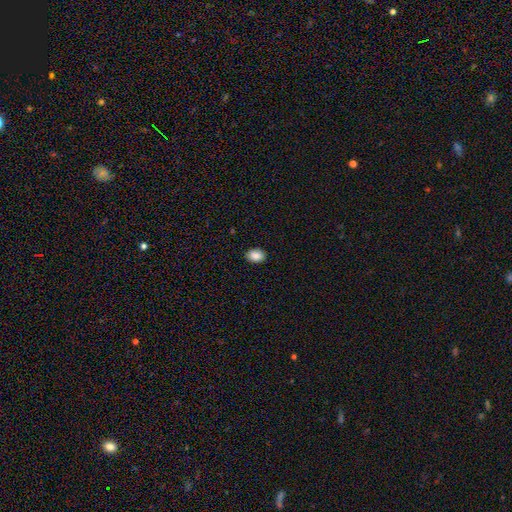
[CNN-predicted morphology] This appears to be a smooth galaxy with no disk features (89%) that is in between round and cigar-shaped (82%). Merging: none (90%).